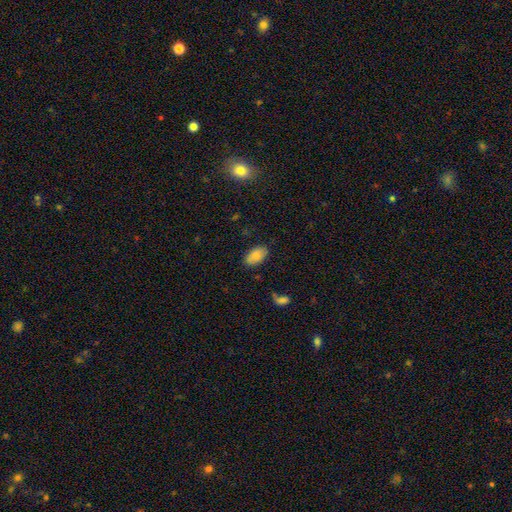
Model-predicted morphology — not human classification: Smooth or featured: smooth — 81% (featured or disk — 12%)
How rounded: in between — 93% (round — 5%)
Merging: none — 81% (minor disturbance — 14%)